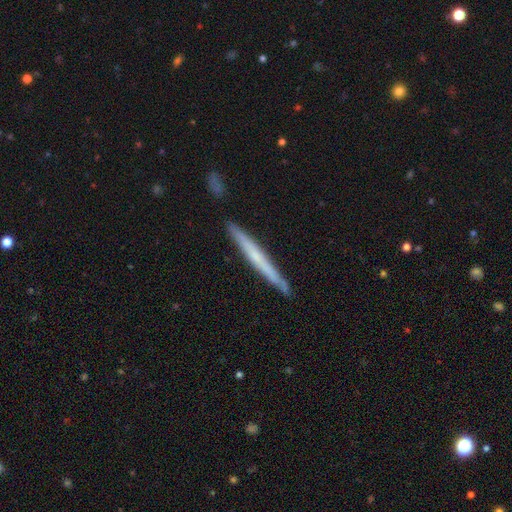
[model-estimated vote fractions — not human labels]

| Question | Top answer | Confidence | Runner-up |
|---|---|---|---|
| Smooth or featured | featured or disk | 49% | smooth (45%) |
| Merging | none | 88% | minor disturbance (9%) |